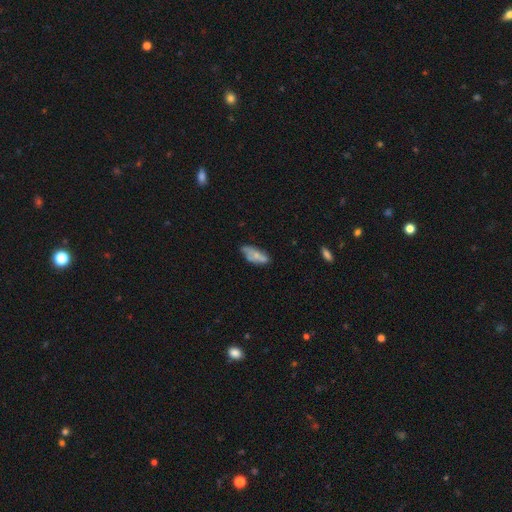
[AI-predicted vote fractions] Smooth or featured?
  - smooth: 57% *
  - featured or disk: 35%
  - star or artifact: 7%
How rounded?
  - in between: 83% *
  - cigar-shaped: 15%
  - round: 3%
Merging?
  - none: 51% *
  - minor disturbance: 32%
  - major disturbance: 11%
  - merger: 7%